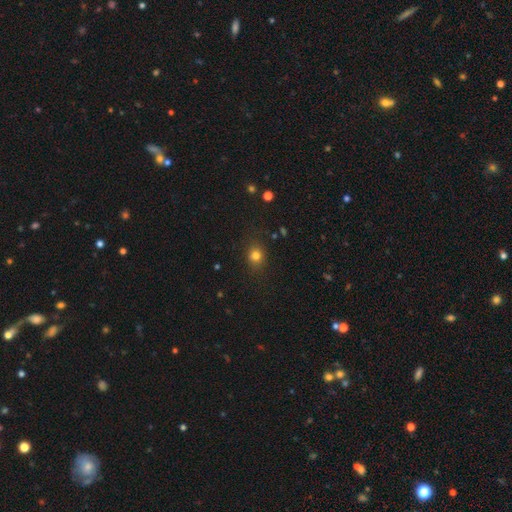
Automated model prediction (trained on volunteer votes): This is likely a smooth galaxy (79%). How rounded: likely round (69%). Merging: clearly none (84%).